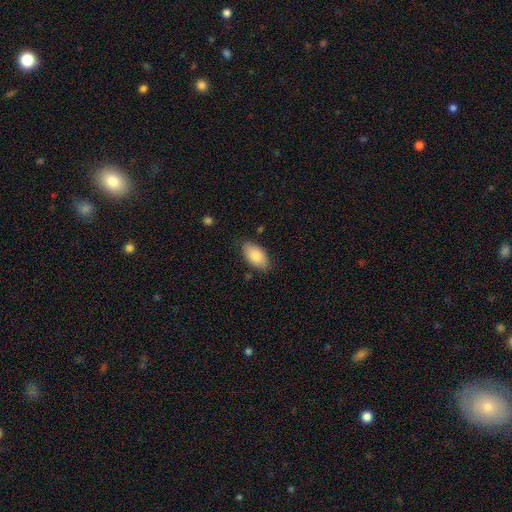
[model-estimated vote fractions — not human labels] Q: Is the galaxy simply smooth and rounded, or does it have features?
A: smooth — 83%.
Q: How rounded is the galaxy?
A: in between — 94%.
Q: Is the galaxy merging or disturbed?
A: none — 81%.